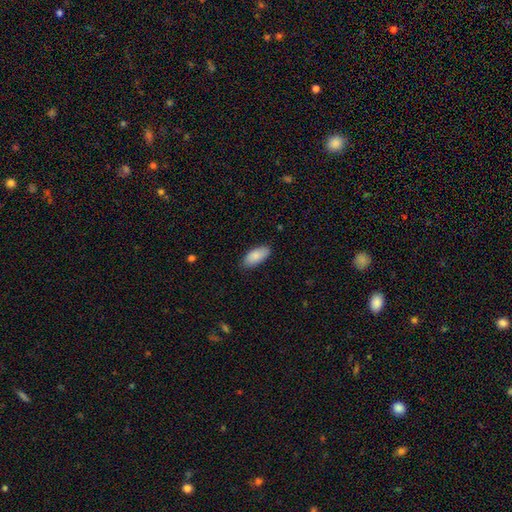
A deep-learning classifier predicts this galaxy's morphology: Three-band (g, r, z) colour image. It shows a smooth galaxy with no disk features (87%) that is in between round and cigar-shaped (90%). Merging: none (85%).